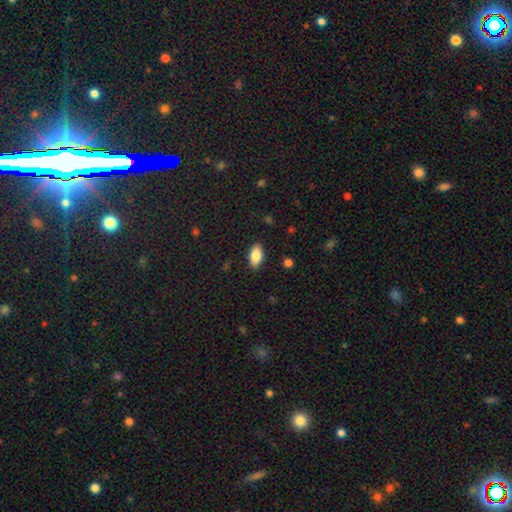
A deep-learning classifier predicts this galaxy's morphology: This is clearly a smooth galaxy (83%). How rounded: clearly in between (91%). Merging: clearly none (88%).